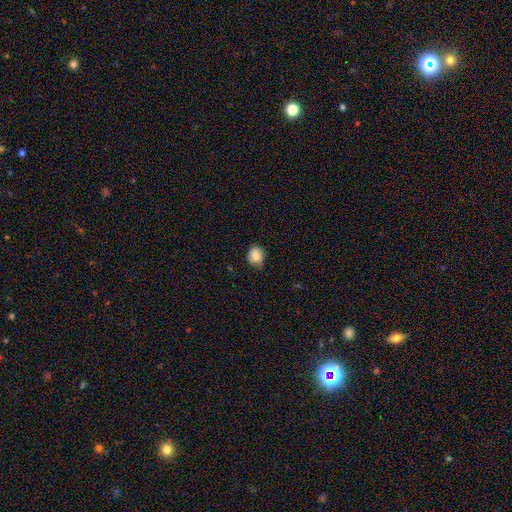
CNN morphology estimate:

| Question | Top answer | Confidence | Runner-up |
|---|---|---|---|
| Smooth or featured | smooth | 84% | star or artifact (9%) |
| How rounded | round | 62% | in between (37%) |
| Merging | none | 71% | minor disturbance (24%) |